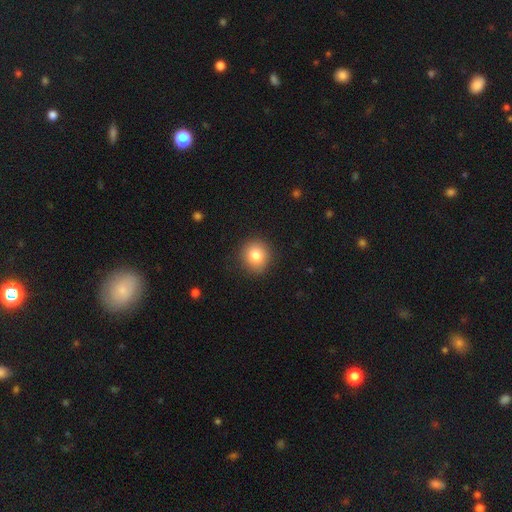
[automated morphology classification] Overall: smooth (82%). How rounded: round (88%). Merging: none (90%).